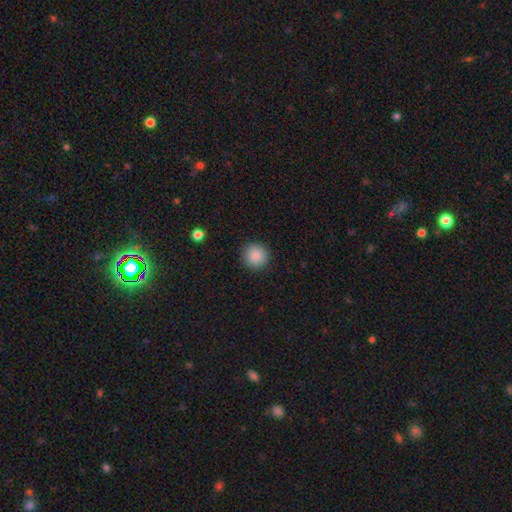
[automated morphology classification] smooth 87%, star or artifact 9%, featured or disk 4%. Down the decision tree: how rounded — round (95%); merging — none (92%).